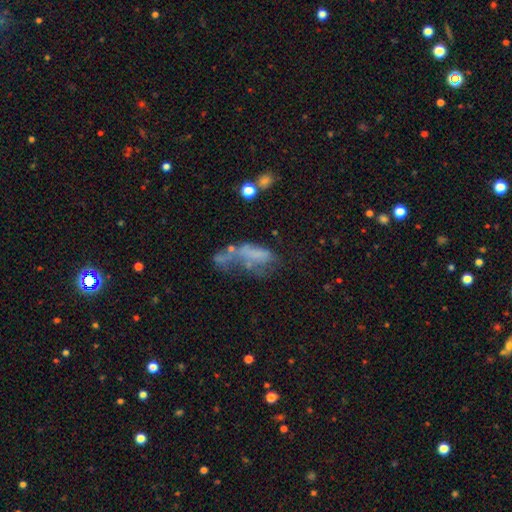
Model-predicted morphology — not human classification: This appears to be a smooth galaxy with no disk features (42%). Merging: major disturbance (42%).